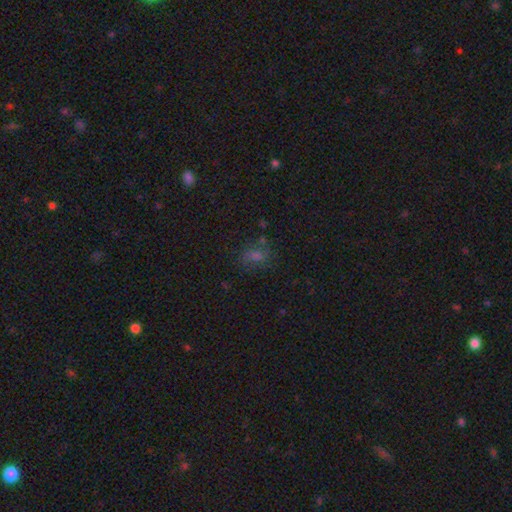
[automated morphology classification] Smooth or featured: smooth — 49% (star or artifact — 32%)
Merging: none — 67% (minor disturbance — 18%)